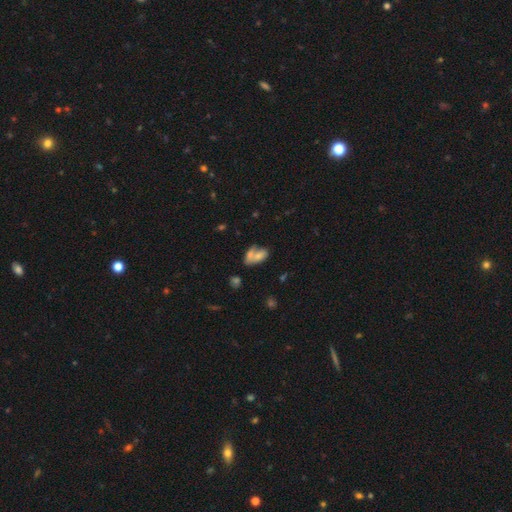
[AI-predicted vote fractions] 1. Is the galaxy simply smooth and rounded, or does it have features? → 68% smooth, 22% featured or disk, 10% star or artifact.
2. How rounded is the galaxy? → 86% in between, 10% round, 5% cigar-shaped.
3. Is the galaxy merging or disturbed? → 56% merger, 26% none, 11% minor disturbance, 7% major disturbance.